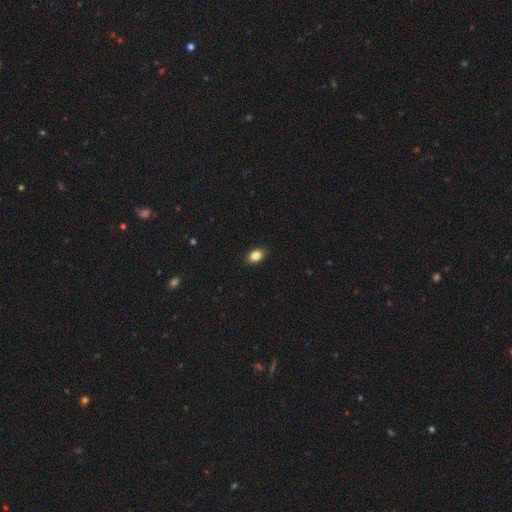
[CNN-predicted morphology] Smooth or featured?
  - smooth: 85% *
  - star or artifact: 9%
  - featured or disk: 7%
How rounded?
  - in between: 83% *
  - round: 15%
  - cigar-shaped: 2%
Merging?
  - none: 89% *
  - minor disturbance: 8%
  - major disturbance: 2%
  - merger: 1%